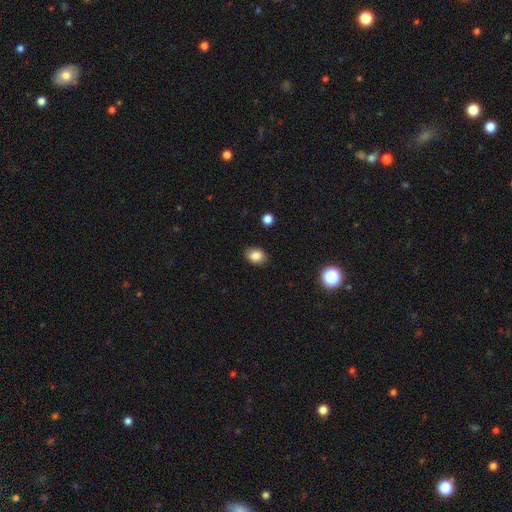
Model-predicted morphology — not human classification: This is clearly a smooth galaxy (85%). How rounded: likely in between (67%). Merging: clearly none (85%).